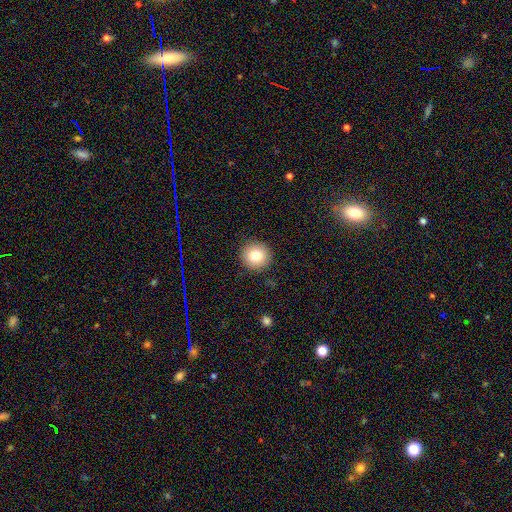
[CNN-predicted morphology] smooth-or-featured: smooth: 79% | star or artifact: 11% | featured or disk: 10%
  how-rounded: round: 94% | in between: 5% | cigar-shaped: 1%
  merging: none: 91% | minor disturbance: 6% | major disturbance: 2% | merger: 1%